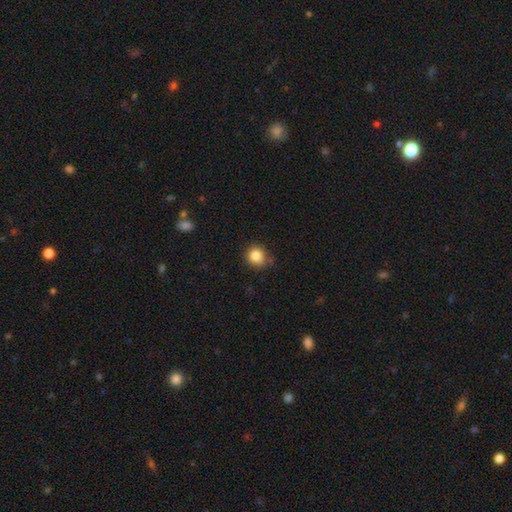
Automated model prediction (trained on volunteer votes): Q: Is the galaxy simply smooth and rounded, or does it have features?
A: smooth — 84%.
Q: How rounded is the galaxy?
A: round — 85%.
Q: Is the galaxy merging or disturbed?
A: none — 74%.